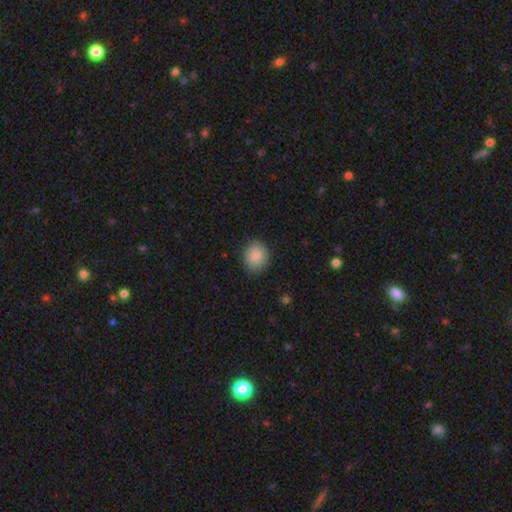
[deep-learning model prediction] Smooth or featured? Predicted: smooth (p=0.88). How rounded? Predicted: round (p=0.68). Merging? Predicted: none (p=0.87).